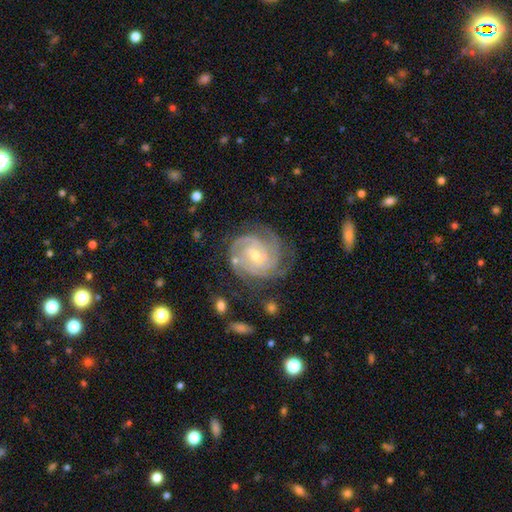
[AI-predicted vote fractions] featured or disk 90%, smooth 5%, star or artifact 5%. Down the decision tree: edge-on disk — no (98%); bar — no (51%); spiral arms — yes (98%); spiral arm count — 3 (35%); spiral winding — tight (74%); bulge size — small (54%); merging — none (71%).